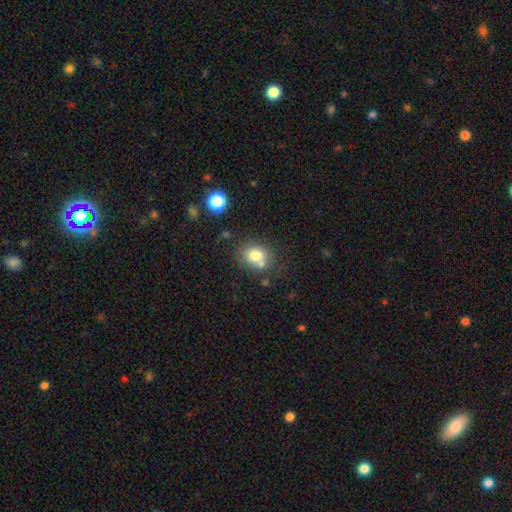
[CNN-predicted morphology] The model was most divided on "how rounded": round: 62%, in between: 37%, cigar-shaped: 1%. More confident: smooth or featured — smooth (77%); merging — none (57%).